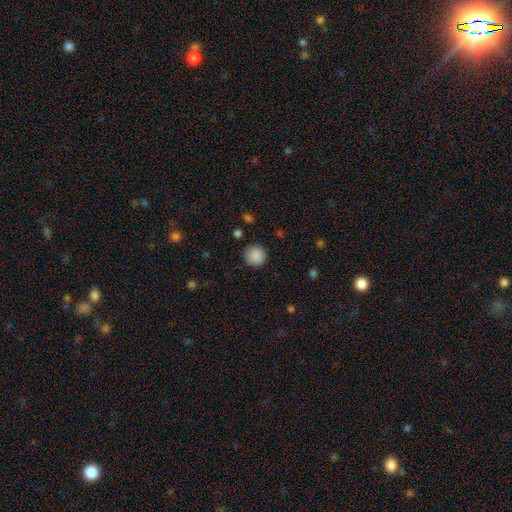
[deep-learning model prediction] Smooth or featured? smooth (88%)
How rounded? round (94%)
Merging? none (88%)